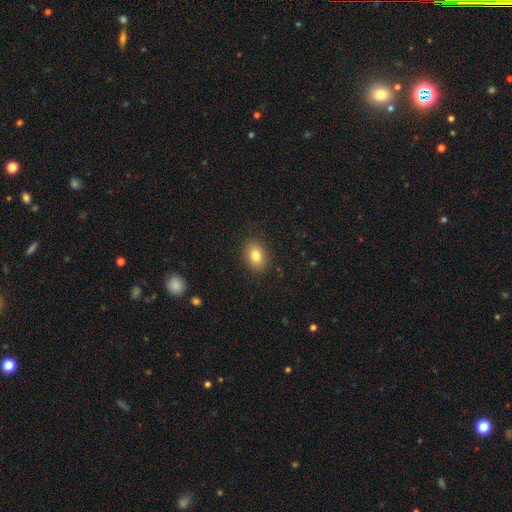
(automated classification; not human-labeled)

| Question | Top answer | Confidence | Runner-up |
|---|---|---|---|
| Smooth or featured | smooth | 81% | featured or disk (10%) |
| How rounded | in between | 76% | round (23%) |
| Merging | none | 87% | minor disturbance (9%) |